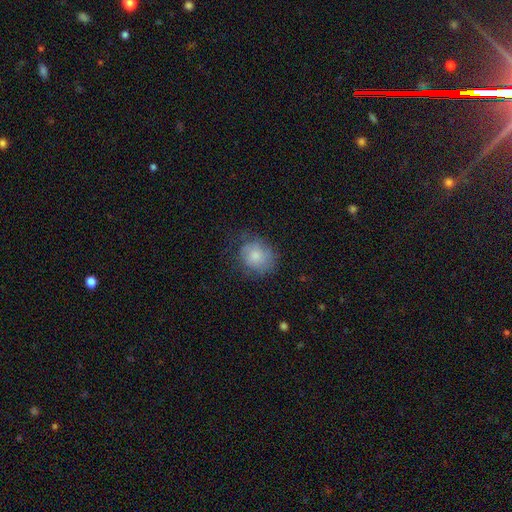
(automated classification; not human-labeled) Smooth or featured: smooth — 75% (featured or disk — 16%)
How rounded: round — 75% (in between — 24%)
Merging: none — 62% (minor disturbance — 25%)